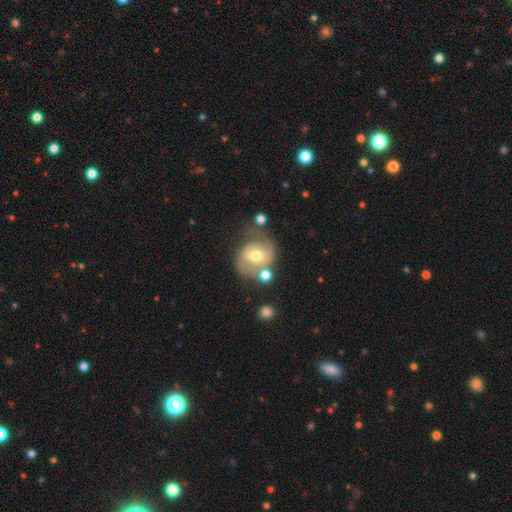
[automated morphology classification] Smooth or featured? Predicted: featured or disk (p=0.69). Edge-on disk? Predicted: no (p=0.97). Bar? Predicted: weak (p=0.44). Spiral arms? Predicted: yes (p=0.86). Spiral winding? Predicted: medium (p=0.48). Spiral arm count? Predicted: 2 (p=0.80). Bulge size? Predicted: moderate (p=0.72). Merging? Predicted: none (p=0.53).